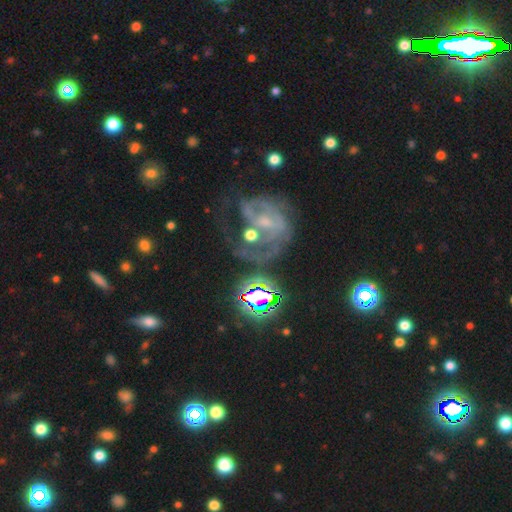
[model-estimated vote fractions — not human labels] This appears to be a star or artifact, not a galaxy (43%).